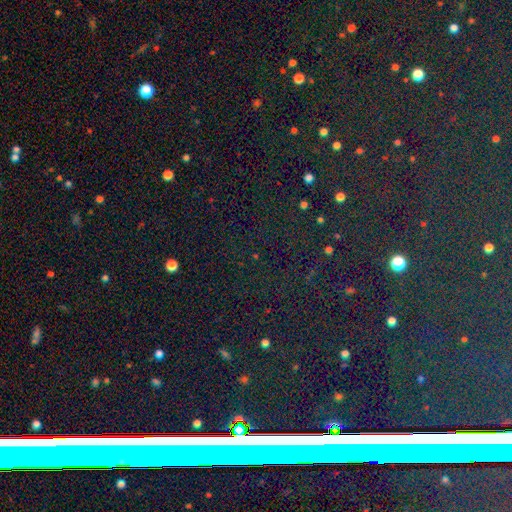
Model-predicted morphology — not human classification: Smooth or featured?
  - star or artifact: 79% *
  - smooth: 12%
  - featured or disk: 9%